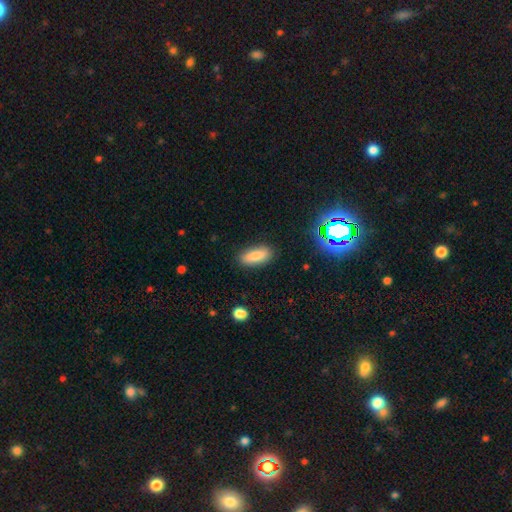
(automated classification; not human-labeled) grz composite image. It shows a smooth galaxy with no disk features (84%) that is in between round and cigar-shaped (74%). Merging: none (86%).